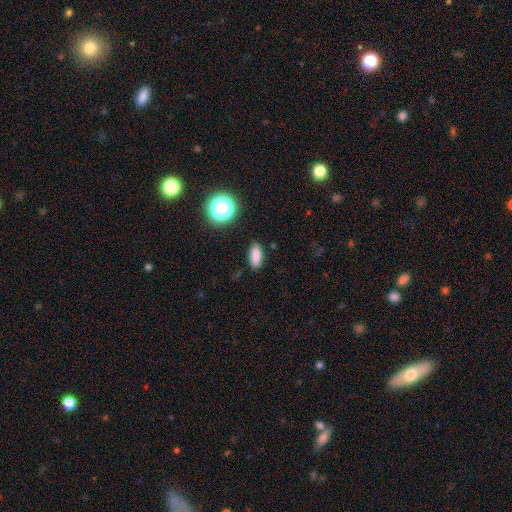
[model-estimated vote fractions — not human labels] Smooth or featured?
  - smooth: 84% *
  - star or artifact: 11%
  - featured or disk: 5%
How rounded?
  - in between: 81% *
  - cigar-shaped: 14%
  - round: 5%
Merging?
  - none: 87% *
  - minor disturbance: 9%
  - major disturbance: 2%
  - merger: 2%